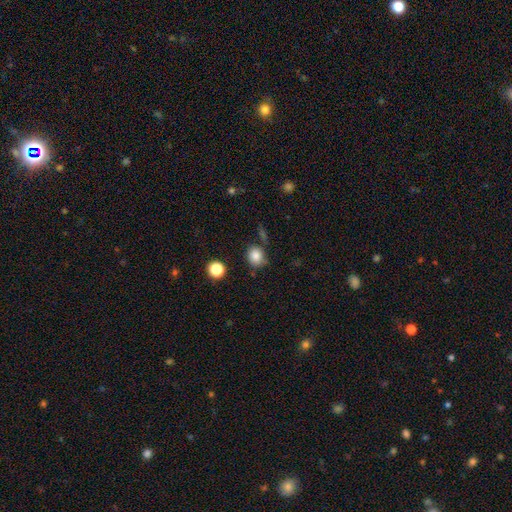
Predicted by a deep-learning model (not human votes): This is clearly a smooth galaxy (84%). How rounded: likely round (77%). Merging: likely none (73%).